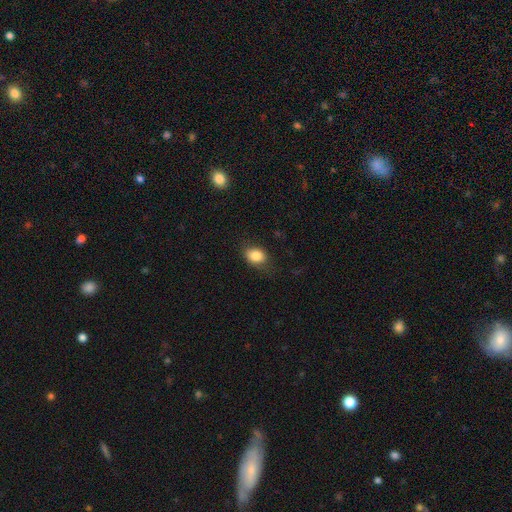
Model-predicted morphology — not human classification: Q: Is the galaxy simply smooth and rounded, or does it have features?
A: smooth — 85%.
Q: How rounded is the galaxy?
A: in between — 70%.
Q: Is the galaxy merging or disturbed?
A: none — 73%.